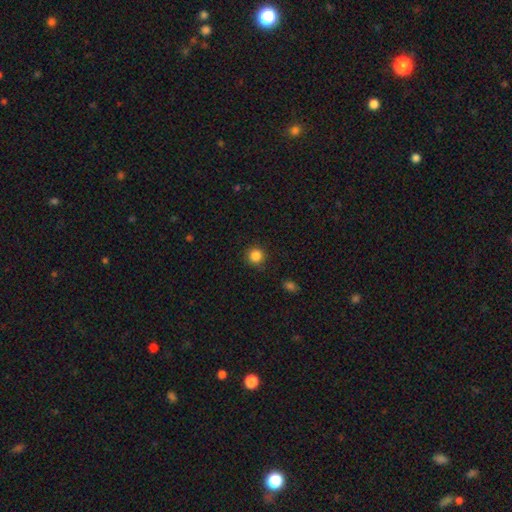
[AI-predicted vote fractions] Smooth or featured? Predicted: smooth (p=0.85). How rounded? Predicted: round (p=0.94). Merging? Predicted: none (p=0.89).